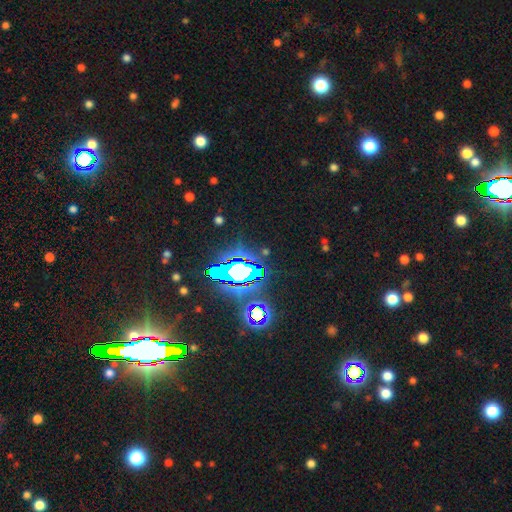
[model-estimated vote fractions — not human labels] Smooth or featured: star or artifact — 83% (smooth — 9%)